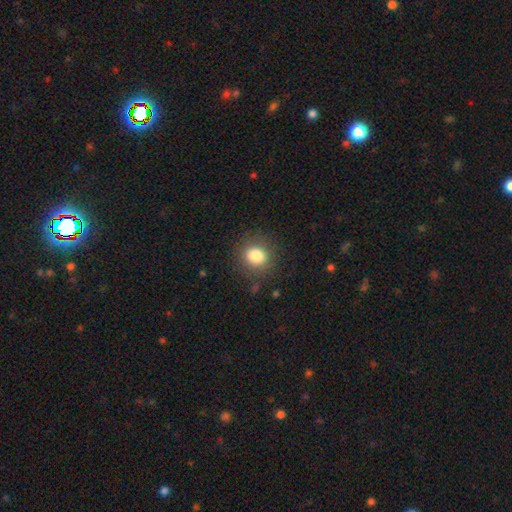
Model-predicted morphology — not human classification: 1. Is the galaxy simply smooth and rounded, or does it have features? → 83% smooth, 11% star or artifact, 7% featured or disk.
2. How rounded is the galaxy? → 83% round, 16% in between, 1% cigar-shaped.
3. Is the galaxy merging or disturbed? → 85% none, 9% minor disturbance, 4% major disturbance, 1% merger.